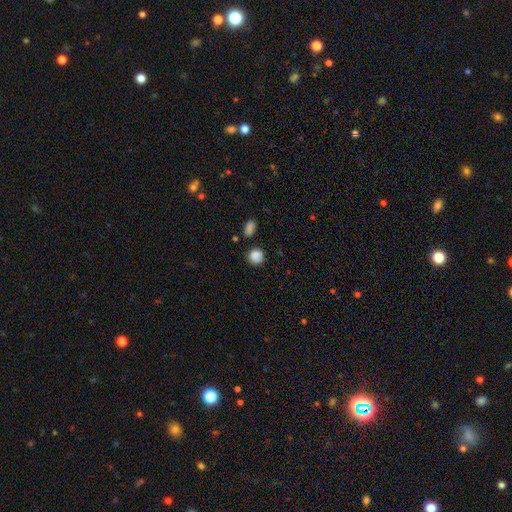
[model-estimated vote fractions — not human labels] Morphology: type=smooth (84%); roundness=round (82%); merging=none (75%).